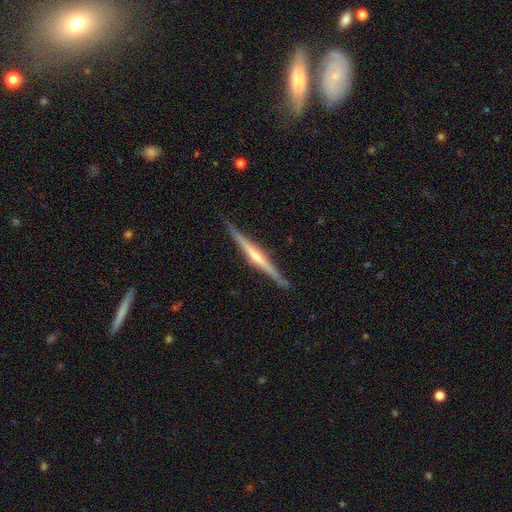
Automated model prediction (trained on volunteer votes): The model was most divided on "edge-on bulge": rounded: 76%, none: 12%, boxy: 11%. More confident: edge-on disk — yes (98%); merging — none (90%); smooth or featured — featured or disk (82%).